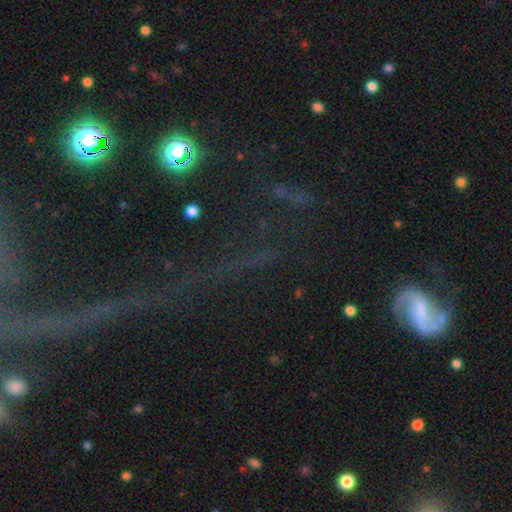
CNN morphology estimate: A star or artifact, not a galaxy (47%).